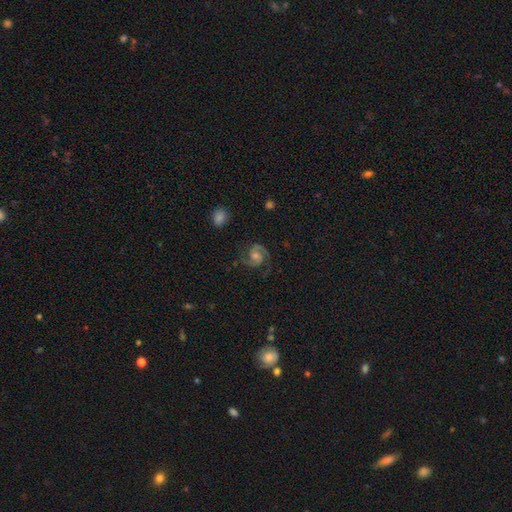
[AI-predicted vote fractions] This appears to be a featured or disk galaxy (86%) with no bar (57%), 2 (90%) medium (55%) spiral arms (98%) and a moderate central bulge (57%). Merging: none (81%).